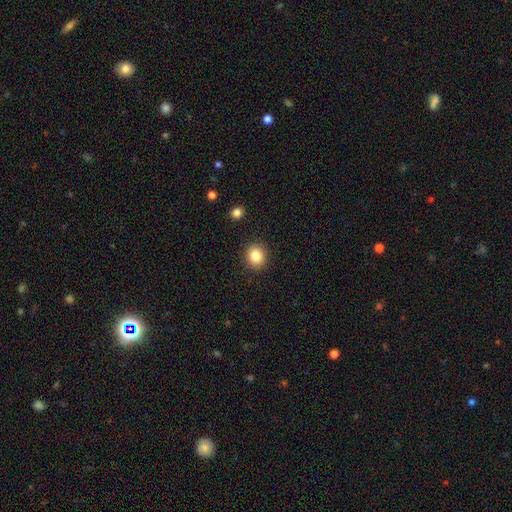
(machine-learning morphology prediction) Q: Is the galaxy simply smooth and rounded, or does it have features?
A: smooth — 84%.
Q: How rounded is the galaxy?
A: round — 77%.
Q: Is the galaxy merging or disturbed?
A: none — 90%.